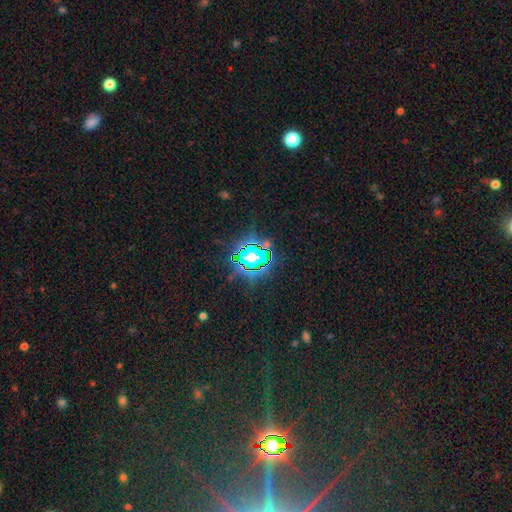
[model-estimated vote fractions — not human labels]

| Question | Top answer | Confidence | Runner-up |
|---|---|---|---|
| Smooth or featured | star or artifact | 82% | smooth (11%) |